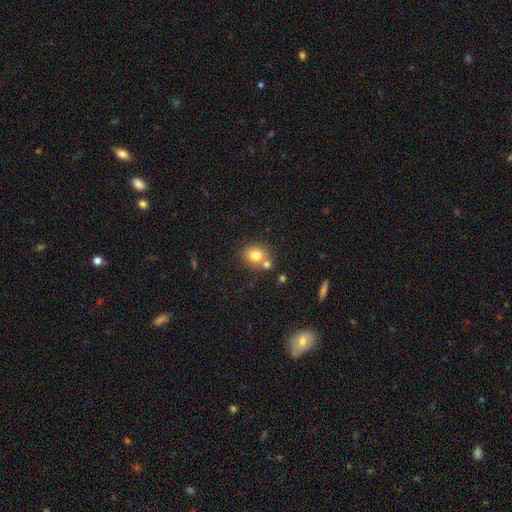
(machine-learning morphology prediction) Smooth or featured: smooth — 78% (star or artifact — 11%)
How rounded: round — 69% (in between — 30%)
Merging: none — 63% (merger — 23%)